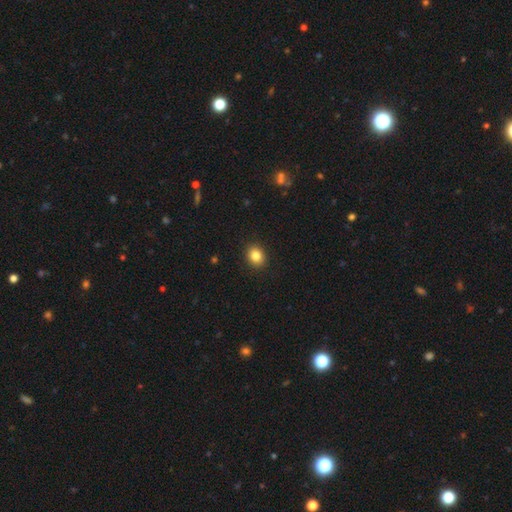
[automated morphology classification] This appears to be a smooth galaxy with no disk features (84%) that is round (62%). Merging: none (91%).